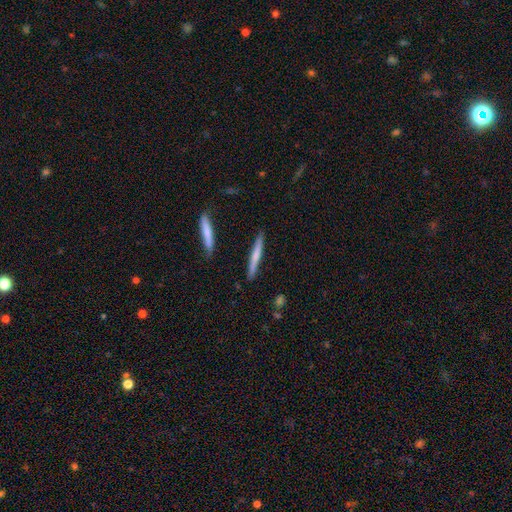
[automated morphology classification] This is possibly a smooth galaxy (55%). How rounded: clearly cigar-shaped (95%). Merging: clearly none (87%).